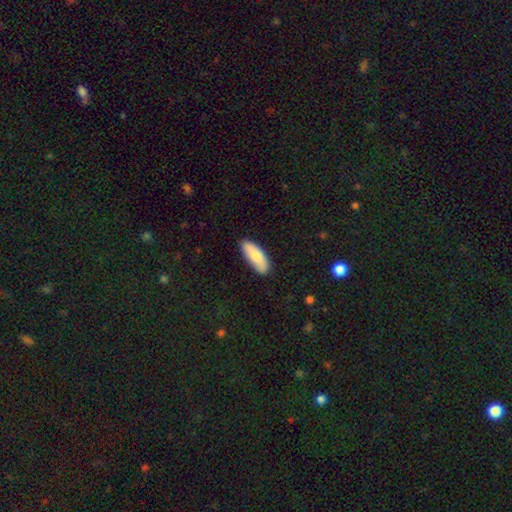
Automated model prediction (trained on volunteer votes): Smooth or featured? smooth (78%)
How rounded? in between (71%)
Merging? none (83%)